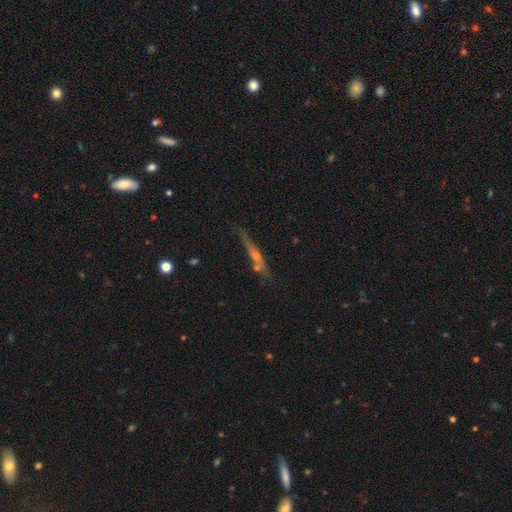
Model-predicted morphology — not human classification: A featured or disk galaxy (58%) viewed edge-on (91%) with a rounded central bulge (54%). Merging: none (71%).